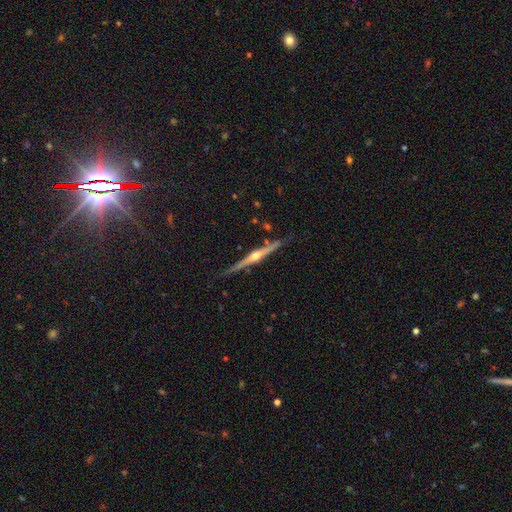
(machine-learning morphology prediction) Smooth or featured: featured or disk — 85% (smooth — 9%)
Edge-on disk: yes — 98% (no — 2%)
Edge-on bulge: rounded — 92% (none — 4%)
Merging: none — 86% (minor disturbance — 10%)